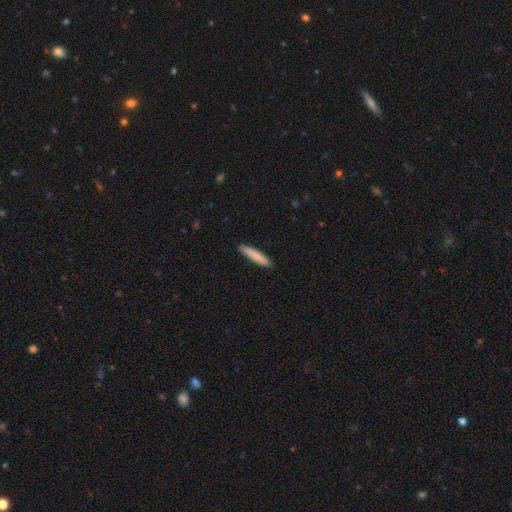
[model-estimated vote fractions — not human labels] Q: Smooth or featured?
A: smooth (81%); runner-up: featured or disk (13%)
Q: How rounded?
A: cigar-shaped (91%); runner-up: in between (8%)
Q: Merging?
A: none (90%); runner-up: minor disturbance (8%)